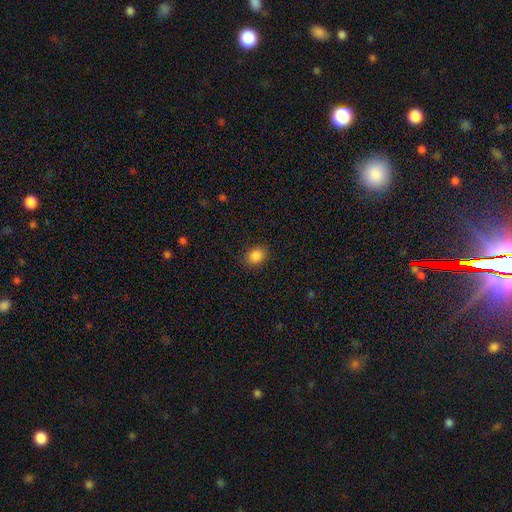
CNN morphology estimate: Smooth or featured: smooth — 86% (star or artifact — 11%)
How rounded: round — 53% (in between — 46%)
Merging: none — 87% (minor disturbance — 9%)